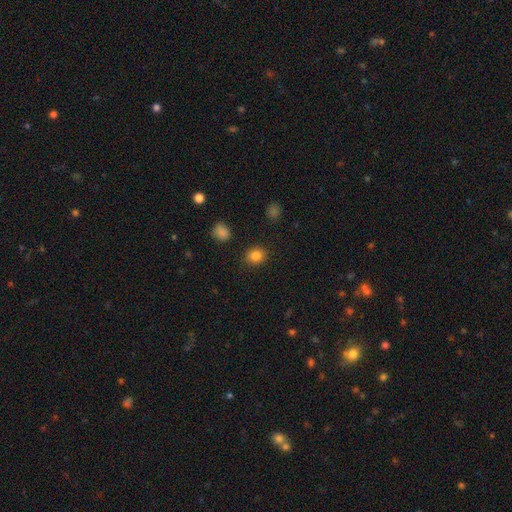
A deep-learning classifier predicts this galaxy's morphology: Smooth or featured? Predicted: smooth (p=0.84). How rounded? Predicted: round (p=0.74). Merging? Predicted: none (p=0.88).